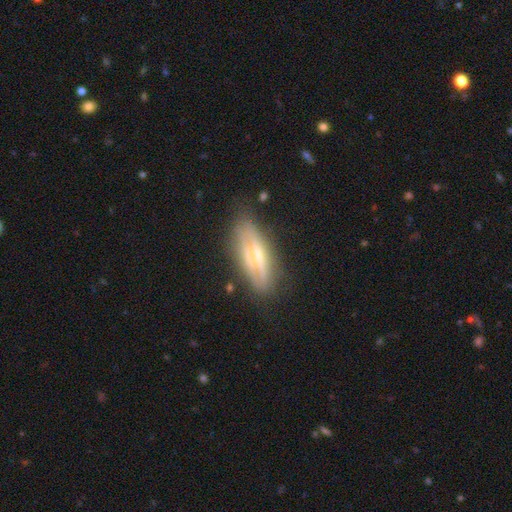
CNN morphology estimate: A featured or disk galaxy (68%) viewed edge-on (87%) with a rounded central bulge (77%). Merging: none (80%).